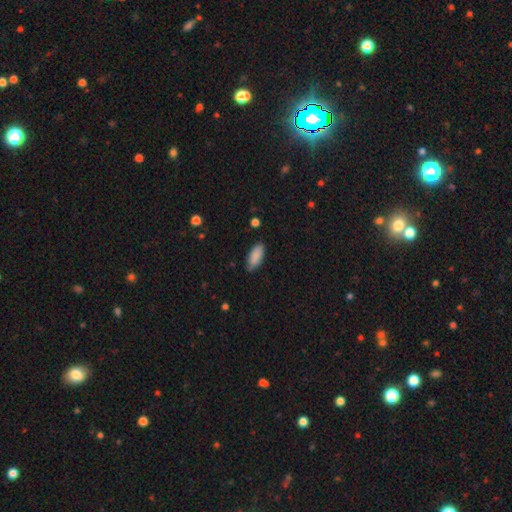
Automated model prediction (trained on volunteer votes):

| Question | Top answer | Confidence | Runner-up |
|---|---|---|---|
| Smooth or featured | smooth | 87% | featured or disk (7%) |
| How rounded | in between | 87% | cigar-shaped (11%) |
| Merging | none | 80% | minor disturbance (16%) |